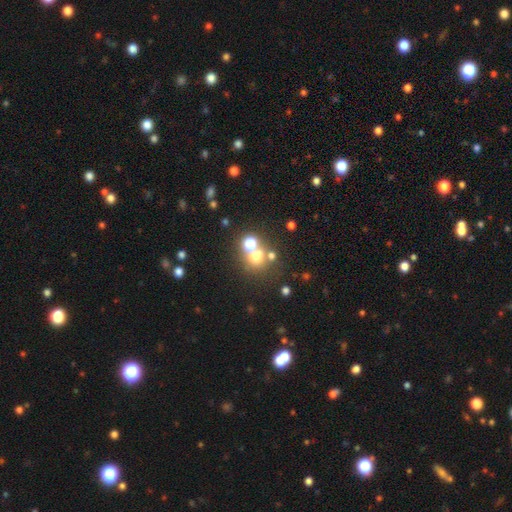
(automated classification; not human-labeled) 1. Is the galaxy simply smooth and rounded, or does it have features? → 62% smooth, 22% star or artifact, 16% featured or disk.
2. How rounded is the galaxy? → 80% round, 19% in between, 1% cigar-shaped.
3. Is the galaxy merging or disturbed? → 48% none, 39% merger, 8% minor disturbance, 5% major disturbance.